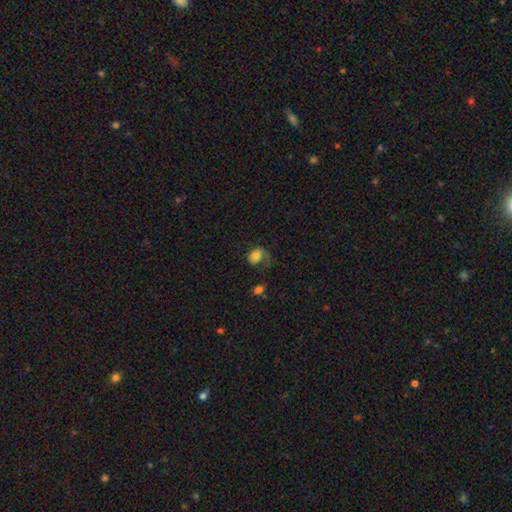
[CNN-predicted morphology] This appears to be a smooth galaxy with no disk features (65%) that is in between round and cigar-shaped (58%). Merging: major disturbance (39%).